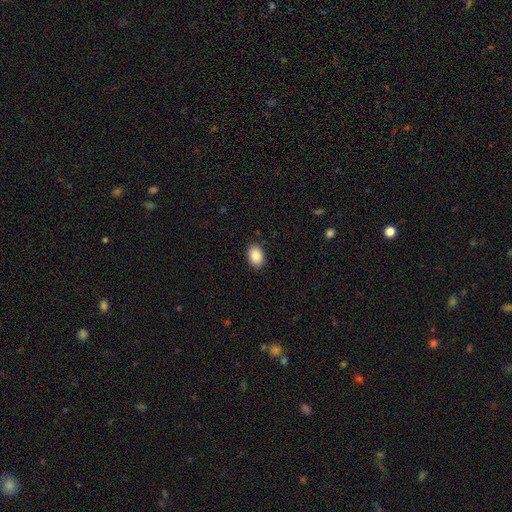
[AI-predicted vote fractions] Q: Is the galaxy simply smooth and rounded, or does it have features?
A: smooth — 89%.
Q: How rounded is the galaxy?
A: in between — 84%.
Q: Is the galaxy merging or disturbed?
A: none — 88%.